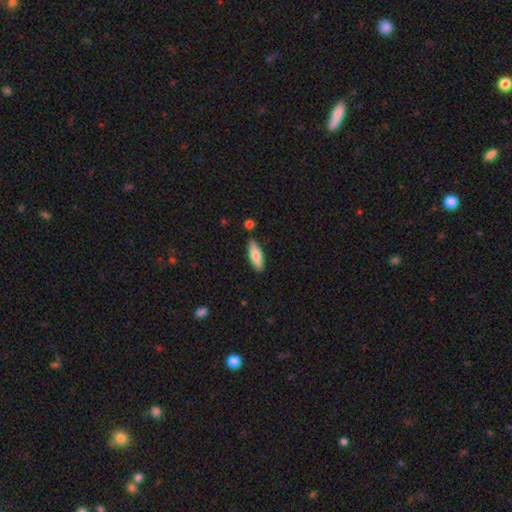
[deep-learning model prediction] Q: Smooth or featured?
A: smooth (73%); runner-up: featured or disk (21%)
Q: How rounded?
A: in between (59%); runner-up: cigar-shaped (39%)
Q: Merging?
A: none (85%); runner-up: minor disturbance (10%)